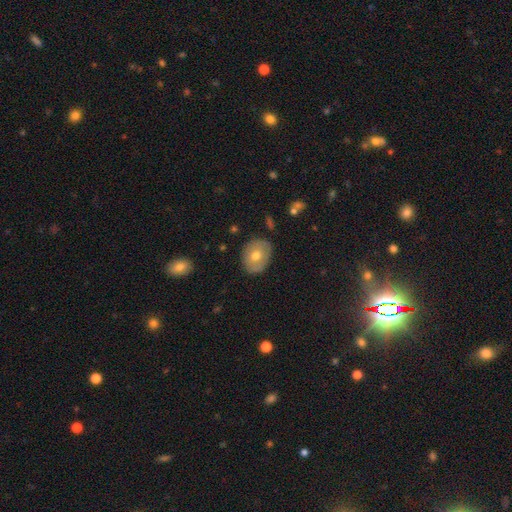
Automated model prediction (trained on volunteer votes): Q: Smooth or featured?
A: smooth (64%); runner-up: featured or disk (28%)
Q: How rounded?
A: in between (51%); runner-up: round (48%)
Q: Merging?
A: none (79%); runner-up: minor disturbance (16%)